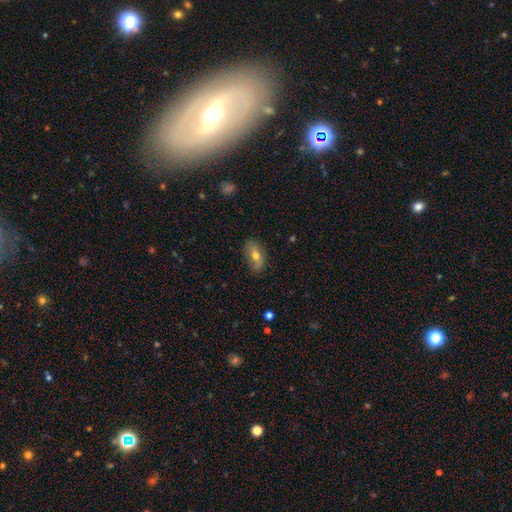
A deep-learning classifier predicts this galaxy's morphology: The model was most divided on "smooth or featured": smooth: 61%, featured or disk: 31%, star or artifact: 8%. More confident: how rounded — in between (87%); merging — none (78%).